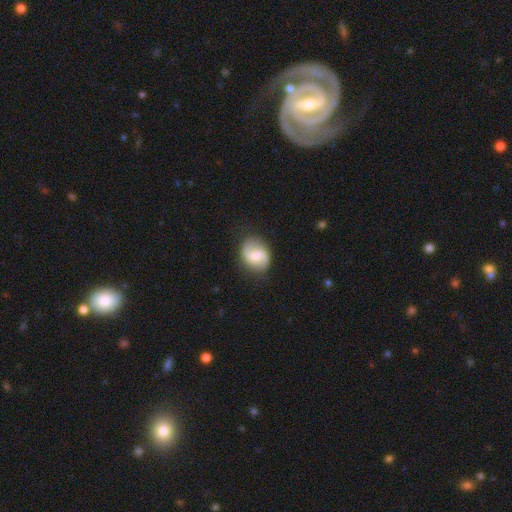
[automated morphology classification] featured or disk 65%, smooth 29%, star or artifact 7%. Down the decision tree: edge-on disk — no (98%); bar — weak (48%); spiral arms — yes (92%); spiral arm count — 2 (91%); spiral winding — loose (48%); bulge size — moderate (49%); merging — none (80%).